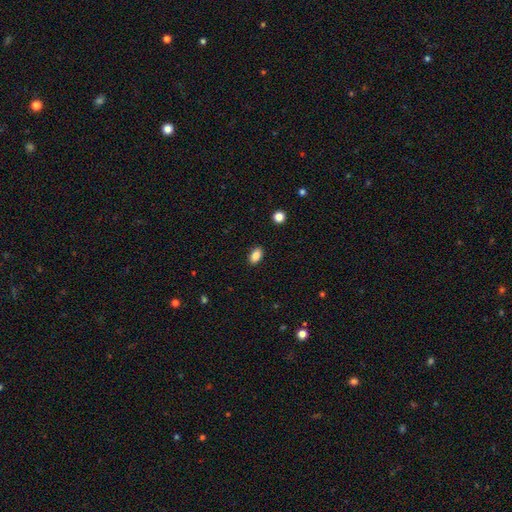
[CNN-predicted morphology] Overall: smooth (84%). How rounded: in between (89%). Merging: none (90%).